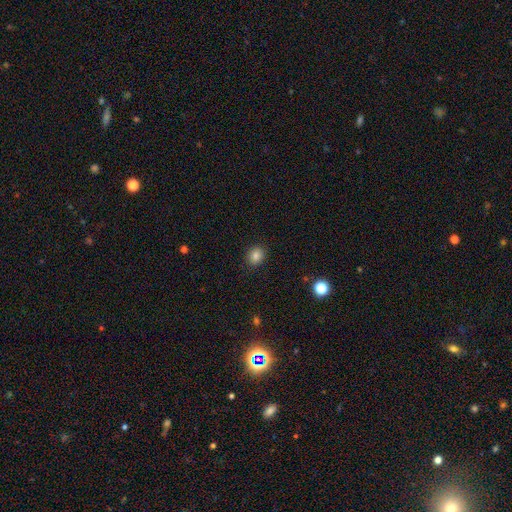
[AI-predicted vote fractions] The model was most divided on "how rounded": round: 66%, in between: 33%, cigar-shaped: 1%. More confident: merging — none (90%); smooth or featured — smooth (84%).